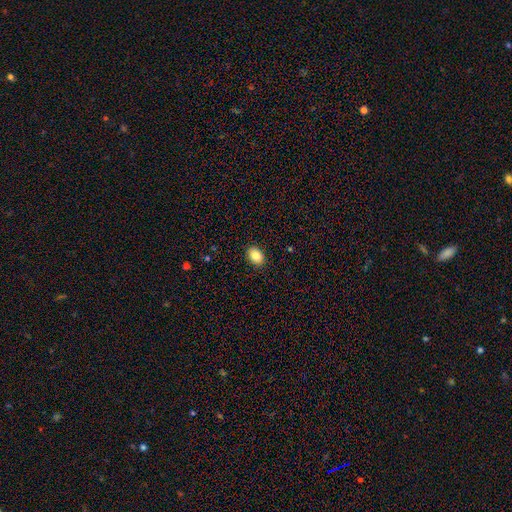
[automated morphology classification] smooth_or_featured: smooth (p=0.85) [alt: star or artifact p=0.08]
how_rounded: in between (p=0.75) [alt: round p=0.24]
merging: none (p=0.90) [alt: minor disturbance p=0.07]